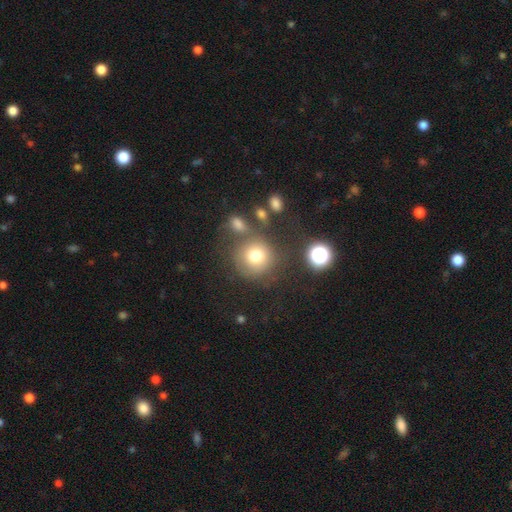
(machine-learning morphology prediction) type=smooth (75%); roundness=round (91%); merging=none (64%).